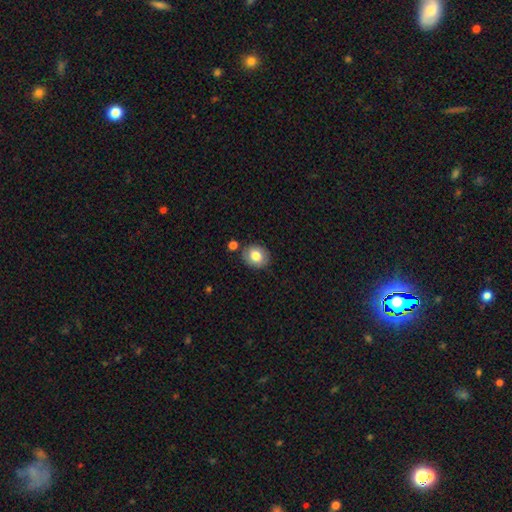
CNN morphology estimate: The model was most divided on "how rounded": round: 58%, in between: 42%, cigar-shaped: 1%. More confident: merging — none (79%); smooth or featured — smooth (78%).